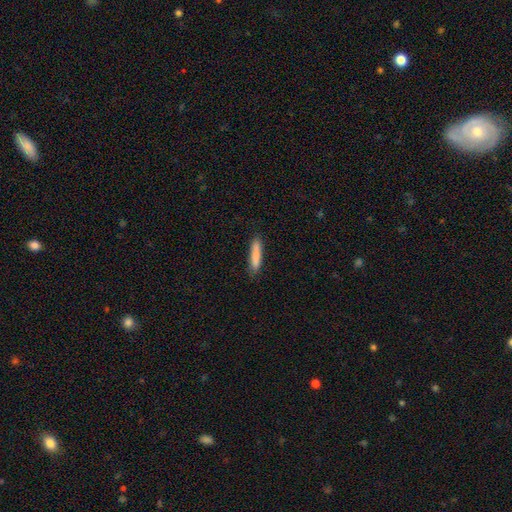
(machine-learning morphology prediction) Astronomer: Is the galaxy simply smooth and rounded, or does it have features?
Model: smooth — 86%.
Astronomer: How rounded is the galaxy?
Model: cigar-shaped — 85%.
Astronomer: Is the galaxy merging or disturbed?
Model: none — 85%.